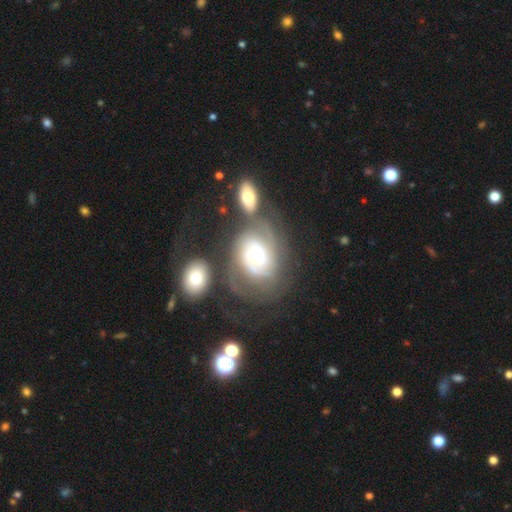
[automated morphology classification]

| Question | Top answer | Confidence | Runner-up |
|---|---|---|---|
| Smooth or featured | featured or disk | 80% | smooth (14%) |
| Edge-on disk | no | 97% | yes (3%) |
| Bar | no | 65% | weak (27%) |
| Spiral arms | yes | 92% | no (8%) |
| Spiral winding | tight | 50% | medium (37%) |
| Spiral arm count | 2 | 57% | can't tell (21%) |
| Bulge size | moderate | 67% | large (20%) |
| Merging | none | 41% | major disturbance (22%) |